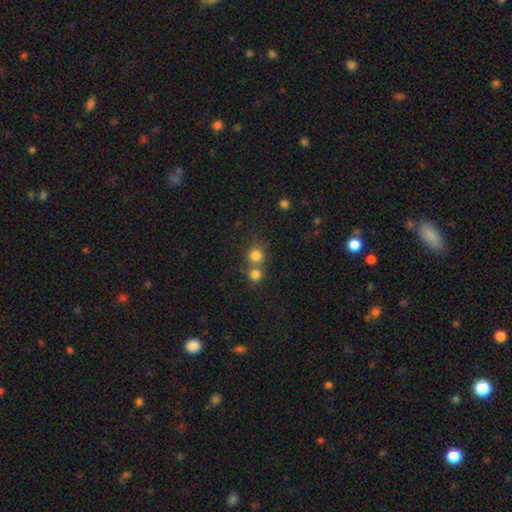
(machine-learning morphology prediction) smooth 80%, star or artifact 13%, featured or disk 7%. Down the decision tree: how rounded — round (88%); merging — none (50%).